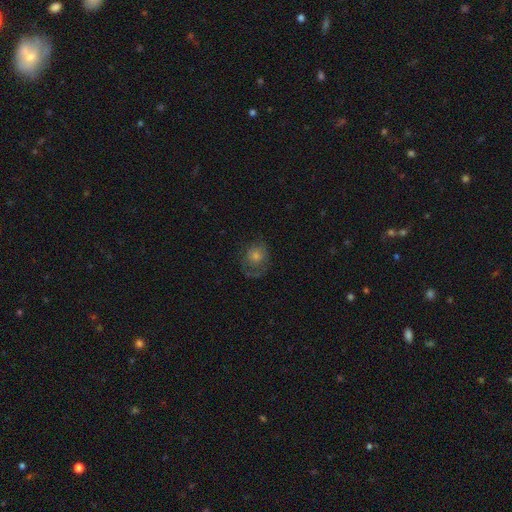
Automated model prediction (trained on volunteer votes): The model was most divided on "smooth or featured": smooth: 50%, featured or disk: 37%, star or artifact: 14%. More confident: merging — none (61%).